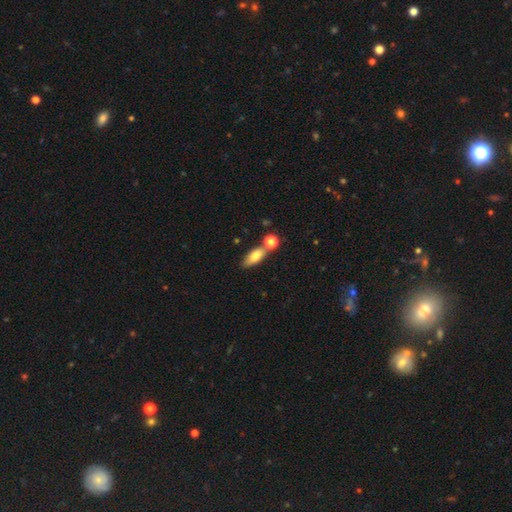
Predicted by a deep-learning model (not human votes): This is likely a smooth galaxy (76%). How rounded: likely in between (72%). Merging: possibly none (56%).